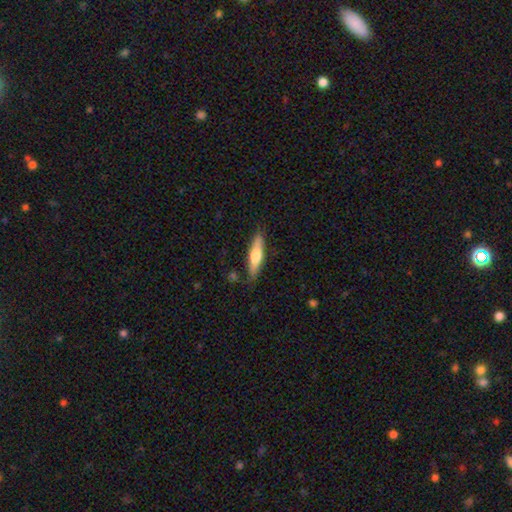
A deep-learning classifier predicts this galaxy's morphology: A smooth galaxy with no disk features (59%) that is cigar-shaped (72%).

Vote fractions:
- Smooth or featured? smooth: 59% / featured or disk: 35% / star or artifact: 5%
- How rounded? cigar-shaped: 72% / in between: 26% / round: 2%
- Merging? none: 83% / minor disturbance: 13% / major disturbance: 3% / merger: 2%